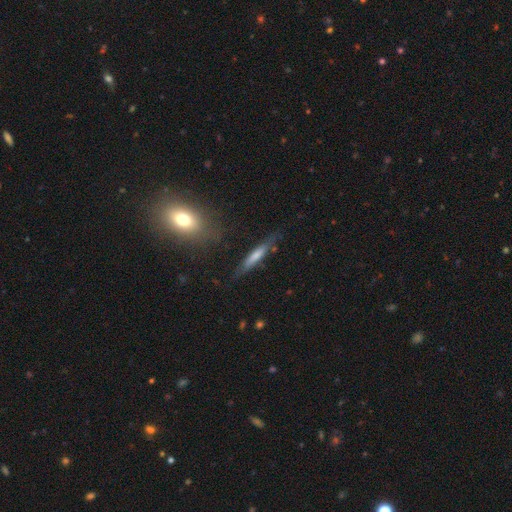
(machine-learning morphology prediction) This appears to be a smooth galaxy with no disk features (57%) that is cigar-shaped (90%). Merging: none (73%).